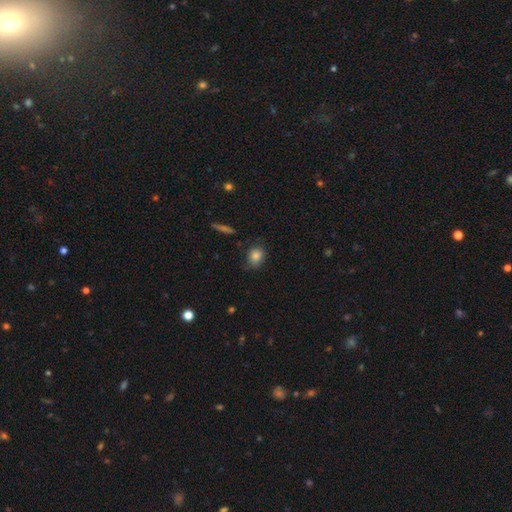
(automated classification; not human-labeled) Overall: smooth (83%). How rounded: round (58%; in between 41%). Merging: none (69%).